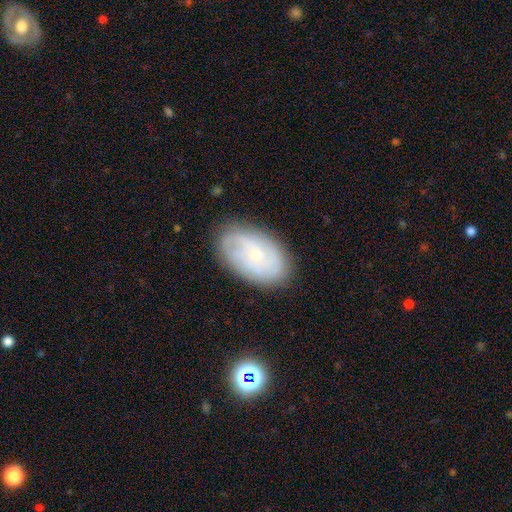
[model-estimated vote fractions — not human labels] A featured or disk galaxy (57%) with no bar (73%), spiral arms (80%) and a small central bulge (70%). Merging: none (78%).